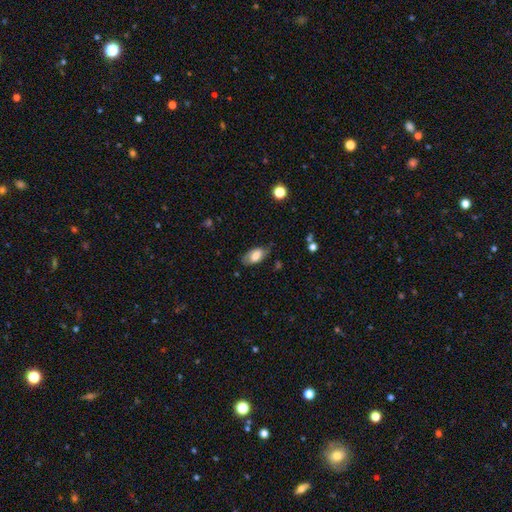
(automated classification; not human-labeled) Morphology: type=smooth (71%); roundness=in between (92%); merging=none (67%).